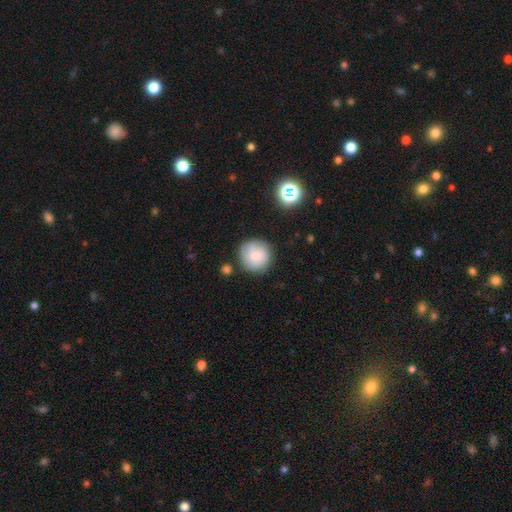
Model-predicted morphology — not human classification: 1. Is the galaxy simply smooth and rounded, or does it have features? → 72% smooth, 19% featured or disk, 8% star or artifact.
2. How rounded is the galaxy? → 93% round, 6% in between, 1% cigar-shaped.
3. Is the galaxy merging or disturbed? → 77% none, 15% minor disturbance, 5% major disturbance, 4% merger.